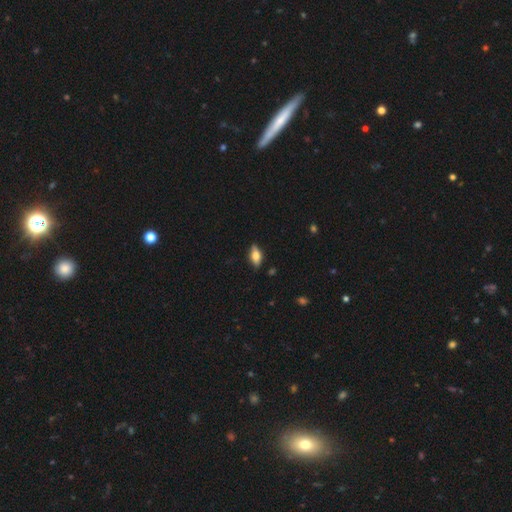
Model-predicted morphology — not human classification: Q: Smooth or featured?
A: smooth (49%); runner-up: featured or disk (43%)
Q: Merging?
A: none (85%); runner-up: minor disturbance (12%)